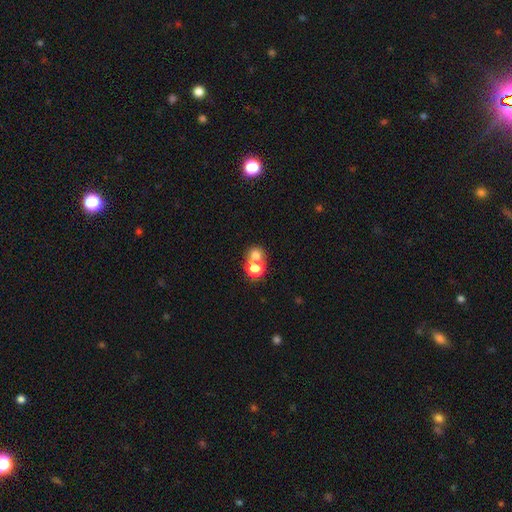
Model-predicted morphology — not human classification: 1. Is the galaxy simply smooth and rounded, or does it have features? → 71% smooth, 17% star or artifact, 11% featured or disk.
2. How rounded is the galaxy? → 81% round, 18% in between, 1% cigar-shaped.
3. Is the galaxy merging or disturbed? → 47% merger, 43% none, 6% minor disturbance, 4% major disturbance.